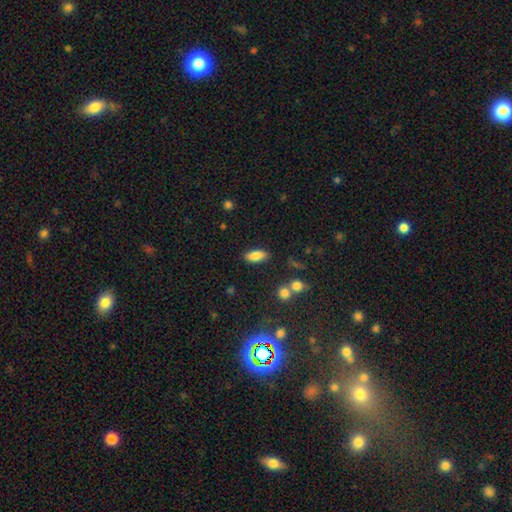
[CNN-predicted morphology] Smooth or featured?
  - smooth: 83% *
  - featured or disk: 9%
  - star or artifact: 8%
How rounded?
  - in between: 83% *
  - cigar-shaped: 15%
  - round: 3%
Merging?
  - none: 84% *
  - minor disturbance: 10%
  - merger: 3%
  - major disturbance: 3%